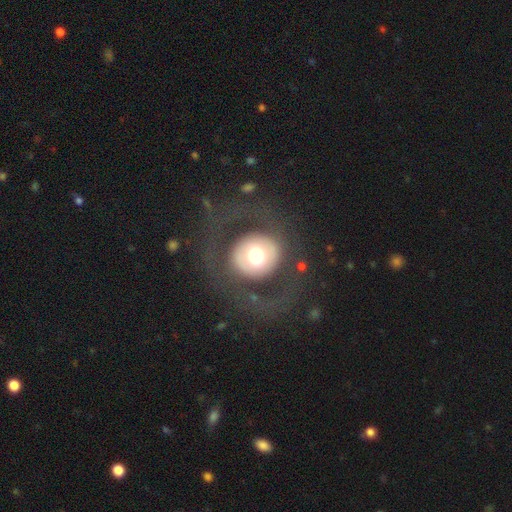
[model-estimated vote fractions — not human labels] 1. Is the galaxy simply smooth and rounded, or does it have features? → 49% smooth, 40% featured or disk, 10% star or artifact.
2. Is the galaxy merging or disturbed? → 73% none, 15% major disturbance, 10% minor disturbance, 2% merger.